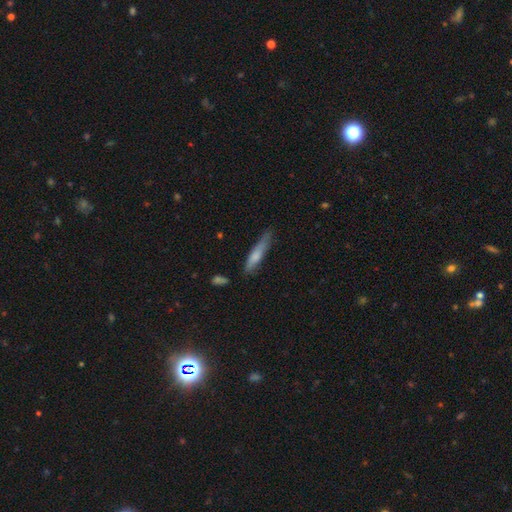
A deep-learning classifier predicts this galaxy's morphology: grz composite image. It shows a smooth galaxy with no disk features (71%) that is cigar-shaped (85%). Merging: none (61%).